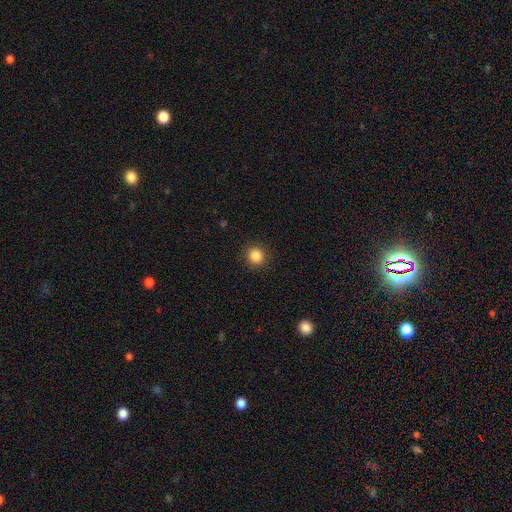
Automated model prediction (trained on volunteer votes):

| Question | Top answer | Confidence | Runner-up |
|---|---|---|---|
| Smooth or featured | smooth | 86% | star or artifact (10%) |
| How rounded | round | 90% | in between (9%) |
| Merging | none | 90% | minor disturbance (6%) |